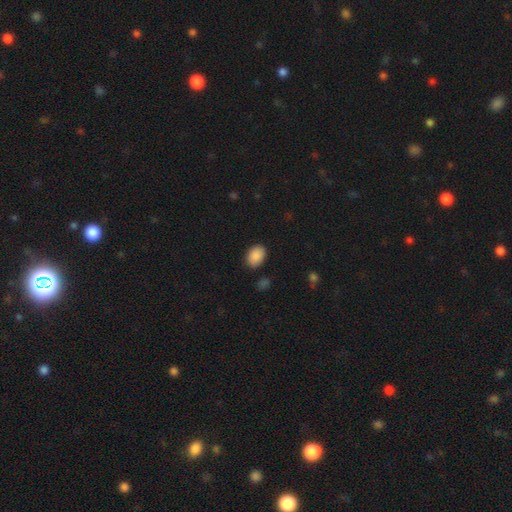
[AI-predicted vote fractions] Smooth or featured? smooth (89%)
How rounded? in between (78%)
Merging? none (82%)